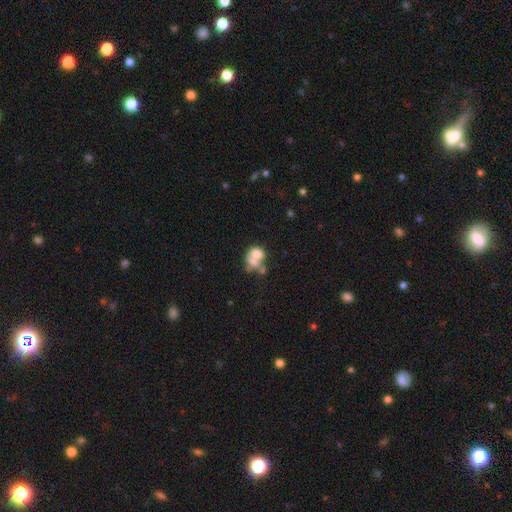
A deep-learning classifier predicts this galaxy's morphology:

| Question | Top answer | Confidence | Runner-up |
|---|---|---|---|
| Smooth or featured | smooth | 61% | featured or disk (28%) |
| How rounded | in between | 53% | round (45%) |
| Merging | merger | 60% | none (20%) |